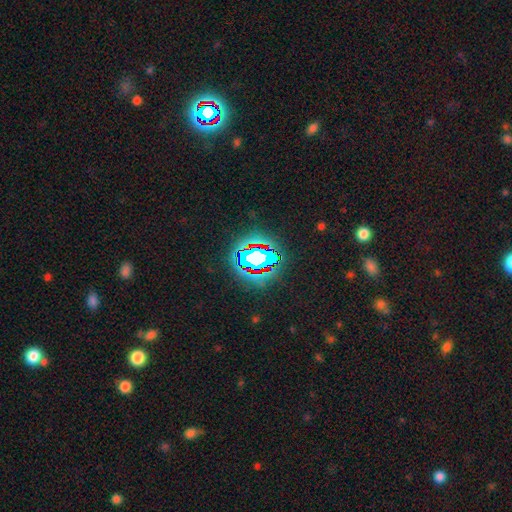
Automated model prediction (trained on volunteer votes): Smooth or featured?
  - star or artifact: 75% *
  - smooth: 15%
  - featured or disk: 10%